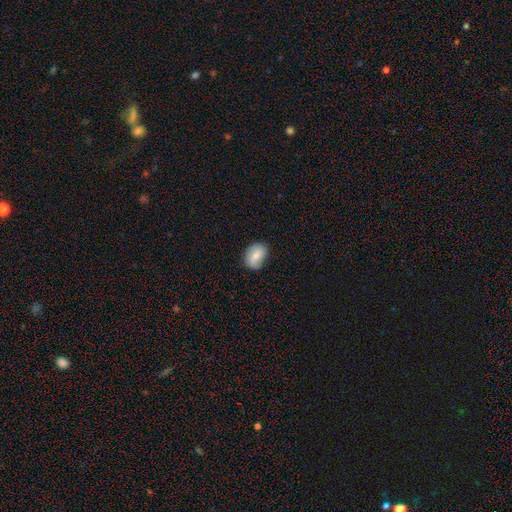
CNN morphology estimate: Smooth or featured? smooth (70%)
How rounded? in between (76%)
Merging? none (66%)